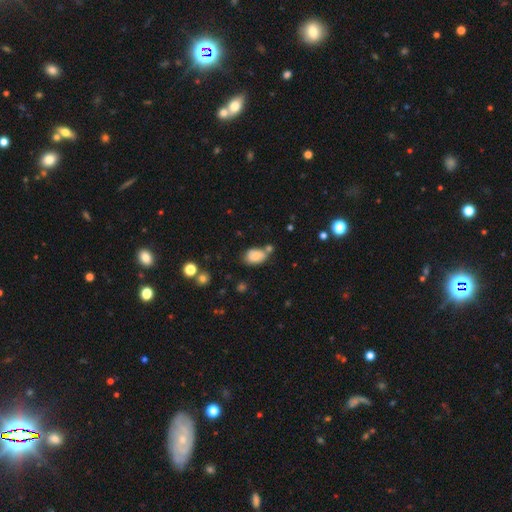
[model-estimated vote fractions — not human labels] A smooth galaxy with no disk features (74%) that is in between round and cigar-shaped (84%).

Vote fractions:
- Smooth or featured? smooth: 74% / featured or disk: 16% / star or artifact: 10%
- How rounded? in between: 84% / round: 14% / cigar-shaped: 1%
- Merging? none: 49% / minor disturbance: 24% / merger: 21% / major disturbance: 7%